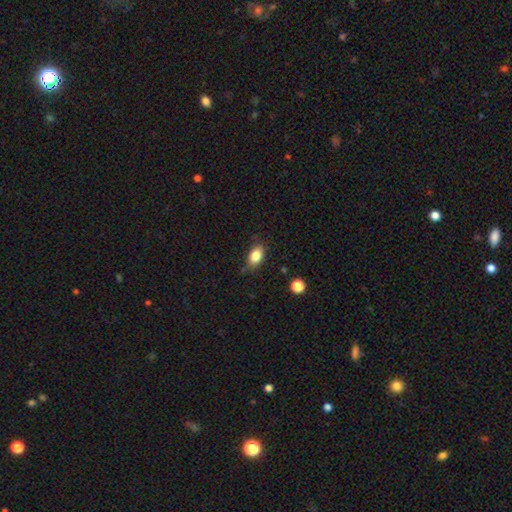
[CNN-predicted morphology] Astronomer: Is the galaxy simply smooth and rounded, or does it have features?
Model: smooth — 83%.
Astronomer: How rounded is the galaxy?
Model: in between — 87%.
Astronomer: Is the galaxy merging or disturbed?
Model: none — 79%.